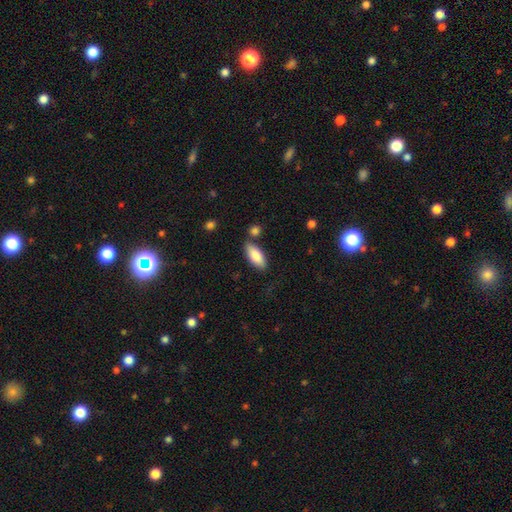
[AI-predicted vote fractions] Morphology: type=smooth (85%); roundness=in between (83%); merging=none (78%).